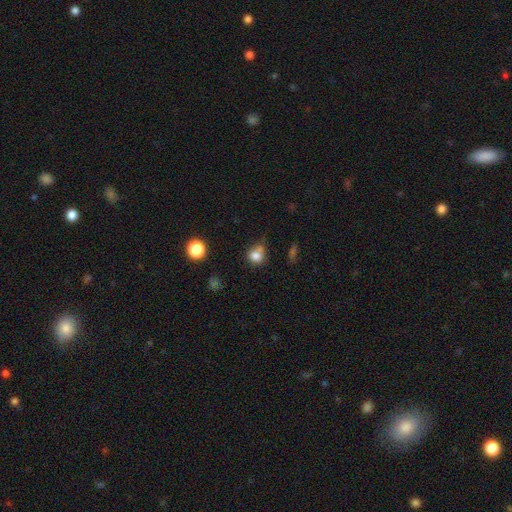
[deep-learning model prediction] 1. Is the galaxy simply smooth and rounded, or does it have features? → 79% smooth, 12% star or artifact, 8% featured or disk.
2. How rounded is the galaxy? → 81% round, 18% in between, 1% cigar-shaped.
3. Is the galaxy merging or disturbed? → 53% none, 21% merger, 19% minor disturbance, 7% major disturbance.